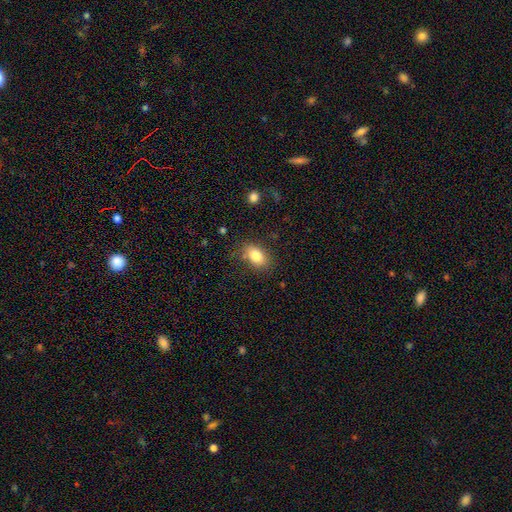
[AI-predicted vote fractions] A smooth galaxy with no disk features (82%) that is in between round and cigar-shaped (87%).

Vote fractions:
- Smooth or featured? smooth: 82% / featured or disk: 9% / star or artifact: 9%
- How rounded? in between: 87% / round: 10% / cigar-shaped: 3%
- Merging? none: 79% / minor disturbance: 15% / major disturbance: 4% / merger: 2%